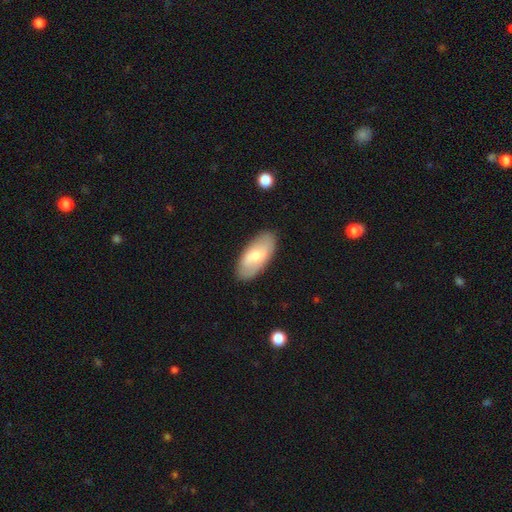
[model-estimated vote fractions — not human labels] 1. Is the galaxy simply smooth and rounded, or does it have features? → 59% smooth, 35% featured or disk, 6% star or artifact.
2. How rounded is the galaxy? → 91% in between, 7% cigar-shaped, 2% round.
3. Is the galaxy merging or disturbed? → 86% none, 10% minor disturbance, 3% major disturbance, 1% merger.